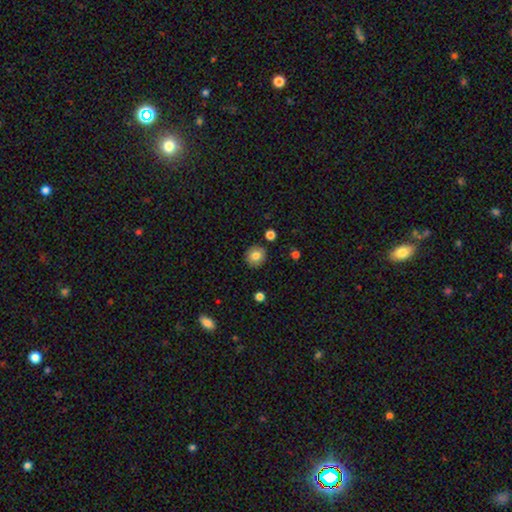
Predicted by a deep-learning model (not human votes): smooth 82%, star or artifact 9%, featured or disk 9%. Down the decision tree: how rounded — round (86%); merging — none (88%).